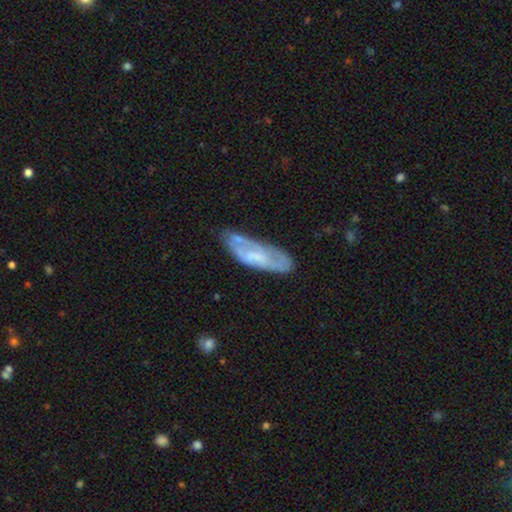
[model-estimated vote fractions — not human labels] A featured or disk galaxy (58%).

Vote fractions:
- Smooth or featured? featured or disk: 58% / smooth: 35% / star or artifact: 7%
- Edge-on disk? no: 81% / yes: 19%
- Merging? none: 57% / minor disturbance: 27% / major disturbance: 11% / merger: 4%